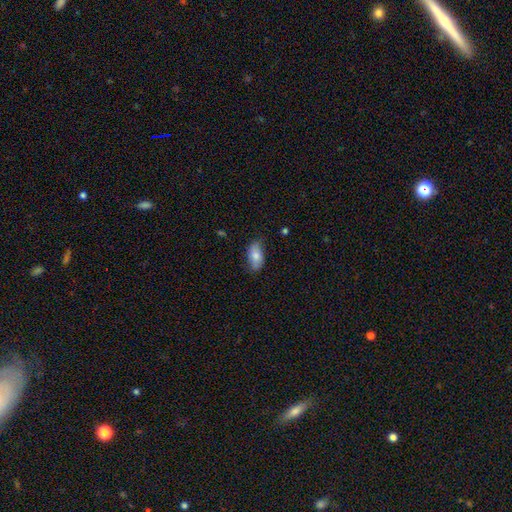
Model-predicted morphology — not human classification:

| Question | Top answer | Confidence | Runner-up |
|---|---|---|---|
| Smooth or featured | smooth | 79% | featured or disk (15%) |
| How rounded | in between | 92% | round (4%) |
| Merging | none | 74% | minor disturbance (21%) |